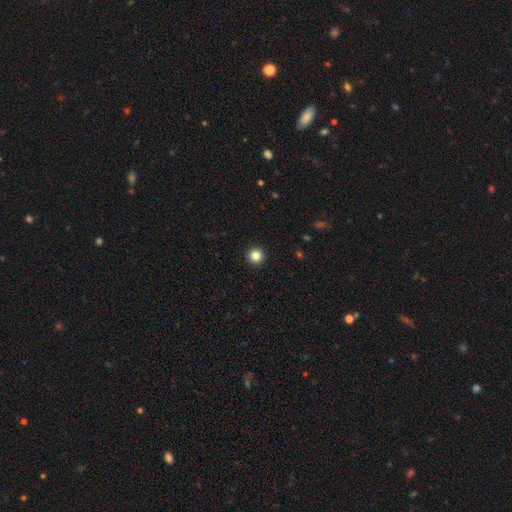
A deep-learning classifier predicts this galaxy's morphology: smooth-or-featured: smooth: 84% | star or artifact: 11% | featured or disk: 5%
  how-rounded: round: 96% | in between: 3% | cigar-shaped: 1%
  merging: none: 94% | minor disturbance: 4% | major disturbance: 1% | merger: 1%